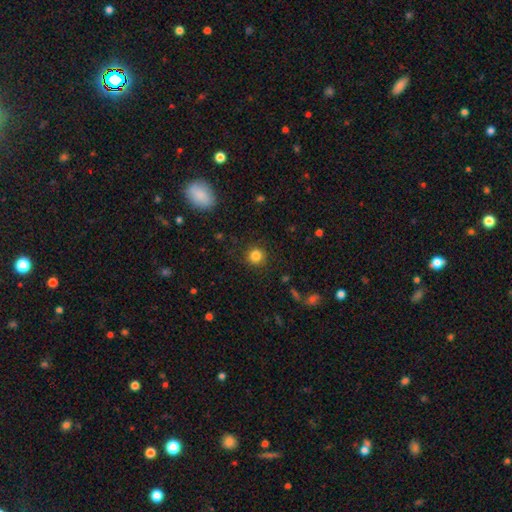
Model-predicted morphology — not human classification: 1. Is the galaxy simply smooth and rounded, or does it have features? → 84% smooth, 12% star or artifact, 5% featured or disk.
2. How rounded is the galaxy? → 92% round, 7% in between, 1% cigar-shaped.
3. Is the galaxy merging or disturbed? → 88% none, 8% minor disturbance, 3% major disturbance, 1% merger.